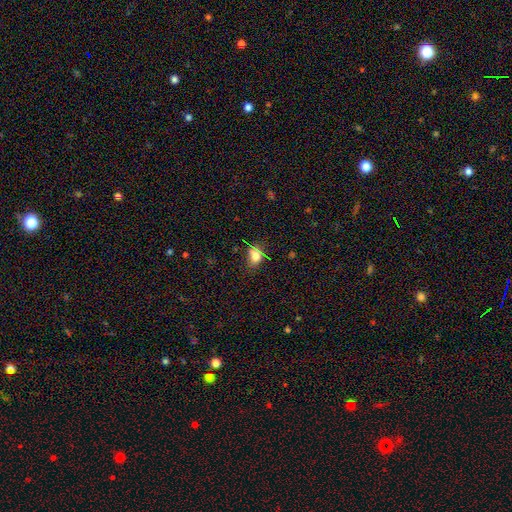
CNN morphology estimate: type=smooth (76%); roundness=in between (65%); merging=none (67%).